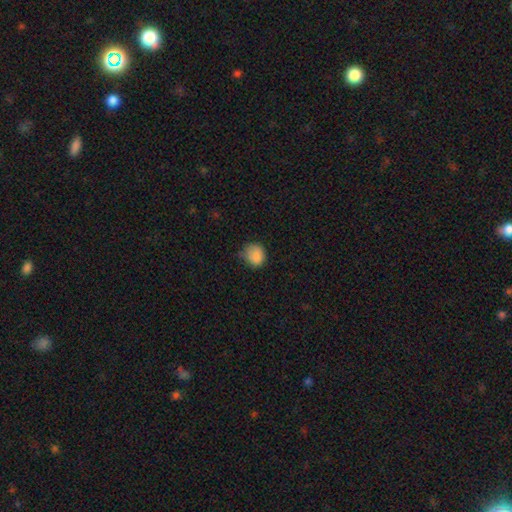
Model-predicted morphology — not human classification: Smooth or featured? Predicted: smooth (p=0.85). How rounded? Predicted: round (p=0.73). Merging? Predicted: none (p=0.55).